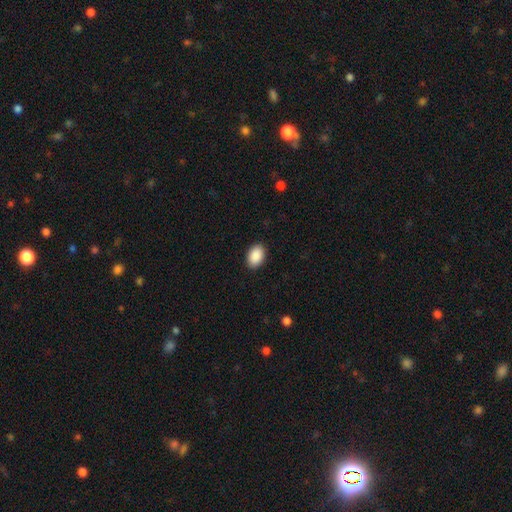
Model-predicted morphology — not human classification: Overall: smooth (91%). How rounded: in between (88%). Merging: none (90%).